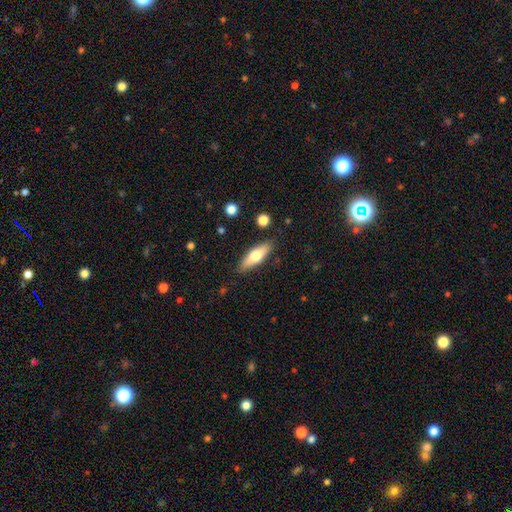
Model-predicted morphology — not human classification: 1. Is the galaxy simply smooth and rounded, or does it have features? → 62% smooth, 32% featured or disk, 6% star or artifact.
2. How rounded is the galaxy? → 54% in between, 44% cigar-shaped, 2% round.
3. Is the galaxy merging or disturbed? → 86% none, 10% minor disturbance, 2% major disturbance, 2% merger.